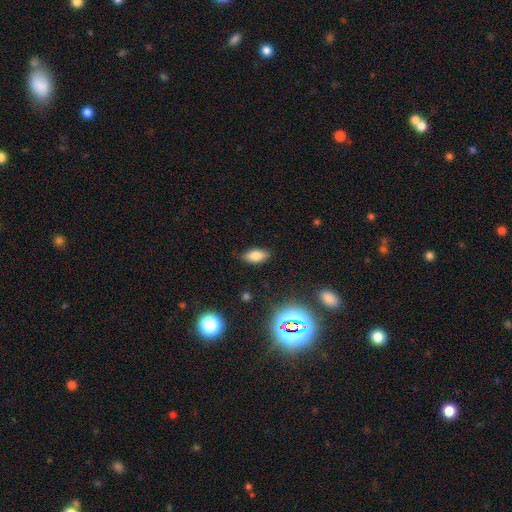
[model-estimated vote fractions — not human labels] Morphology: type=smooth (76%); roundness=in between (88%); merging=none (85%).